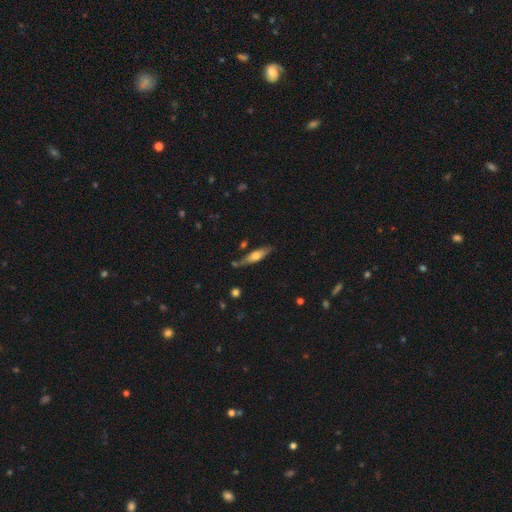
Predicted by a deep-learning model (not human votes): This appears to be a smooth galaxy with no disk features (51%) that is cigar-shaped (70%). Merging: none (71%).